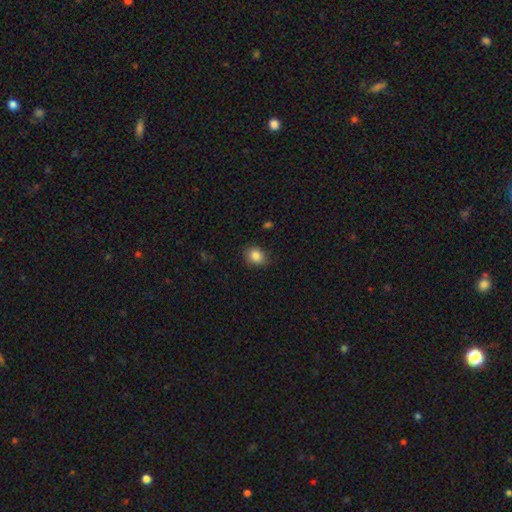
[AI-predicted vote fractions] smooth 85%, star or artifact 10%, featured or disk 5%. Down the decision tree: how rounded — round (53%); merging — none (83%).